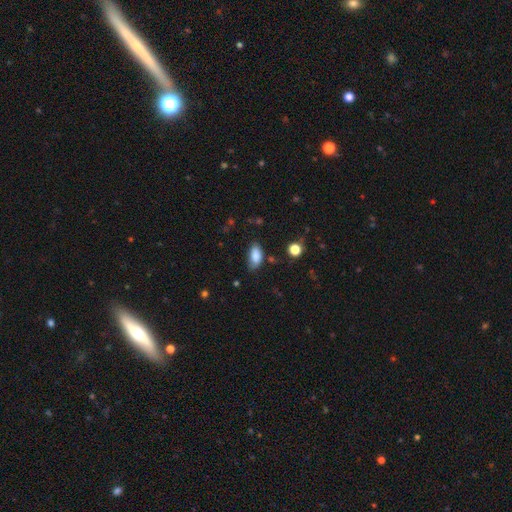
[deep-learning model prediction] Smooth or featured? smooth (85%)
How rounded? in between (92%)
Merging? none (65%)